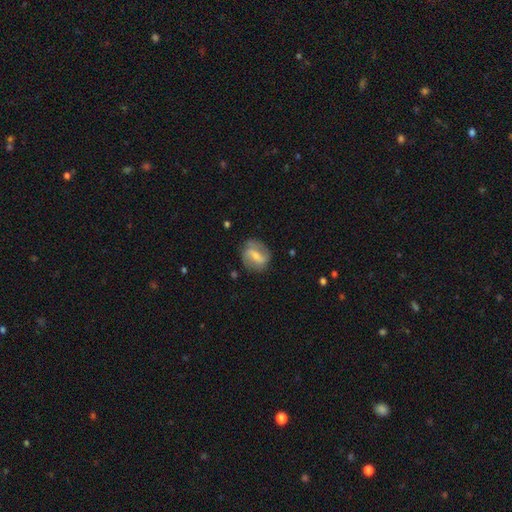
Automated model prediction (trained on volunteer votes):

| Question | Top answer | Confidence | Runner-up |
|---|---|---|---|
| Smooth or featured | featured or disk | 60% | smooth (33%) |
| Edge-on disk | no | 95% | yes (5%) |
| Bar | strong | 45% | weak (39%) |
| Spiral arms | yes | 74% | no (26%) |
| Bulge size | small | 48% | moderate (36%) |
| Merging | none | 73% | minor disturbance (18%) |